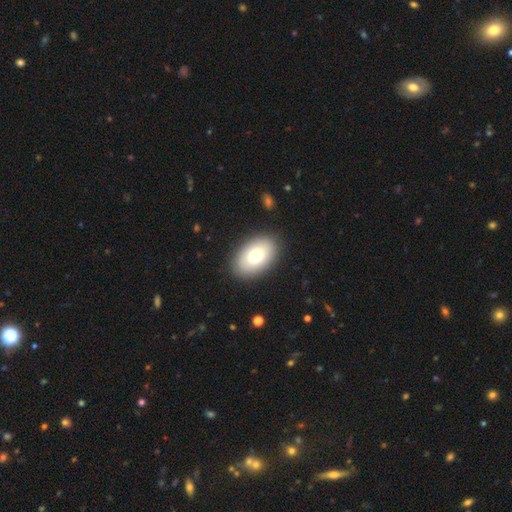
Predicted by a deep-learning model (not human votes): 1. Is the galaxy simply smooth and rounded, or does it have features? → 75% smooth, 17% featured or disk, 8% star or artifact.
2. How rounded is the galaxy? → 90% in between, 9% round, 1% cigar-shaped.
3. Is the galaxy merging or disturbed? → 88% none, 8% minor disturbance, 3% major disturbance, 1% merger.